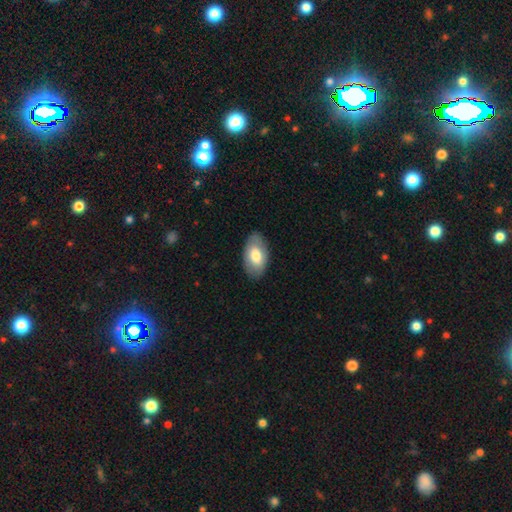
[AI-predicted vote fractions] A smooth galaxy with no disk features (72%) that is in between round and cigar-shaped (95%). Merging: none (85%).